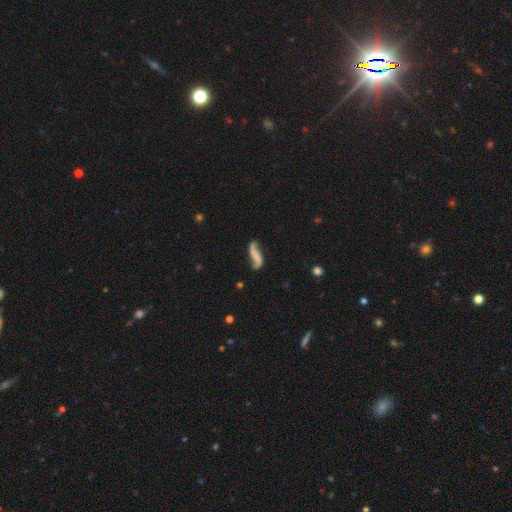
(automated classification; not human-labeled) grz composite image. It shows a featured or disk galaxy (60%) with no bar (54%), spiral arms (83%) and no central bulge (73%). Merging: none (55%).